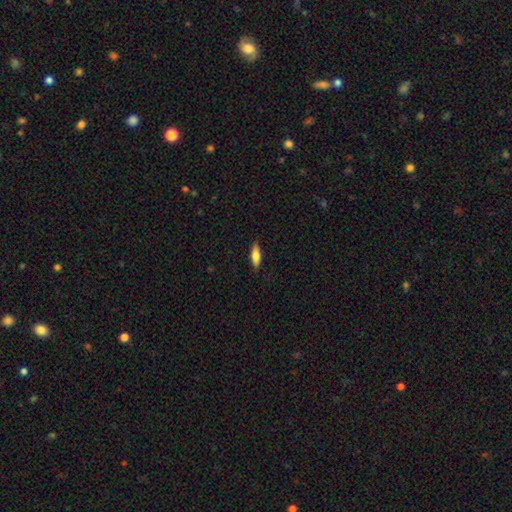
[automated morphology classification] Smooth or featured? smooth (73%)
How rounded? in between (54%)
Merging? none (86%)